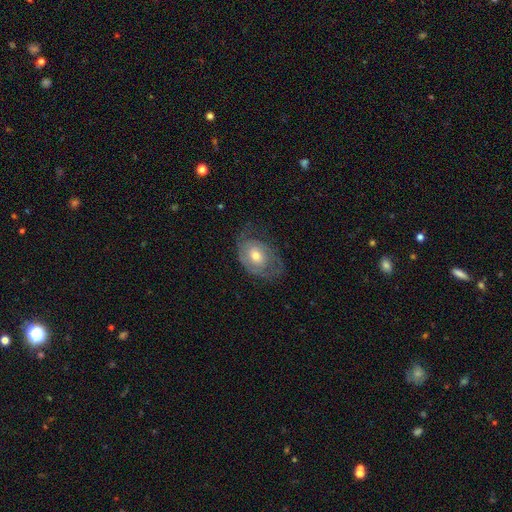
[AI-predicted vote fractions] Smooth or featured?
  - featured or disk: 63% *
  - smooth: 31%
  - star or artifact: 7%
Edge-on disk?
  - no: 95% *
  - yes: 5%
Bar?
  - no: 74% *
  - weak: 22%
  - strong: 4%
Spiral arms?
  - yes: 74% *
  - no: 26%
Bulge size?
  - moderate: 67% *
  - small: 25%
  - large: 6%
  - none: 1%
  - dominant: 1%
Merging?
  - none: 55% *
  - minor disturbance: 25%
  - major disturbance: 19%
  - merger: 1%